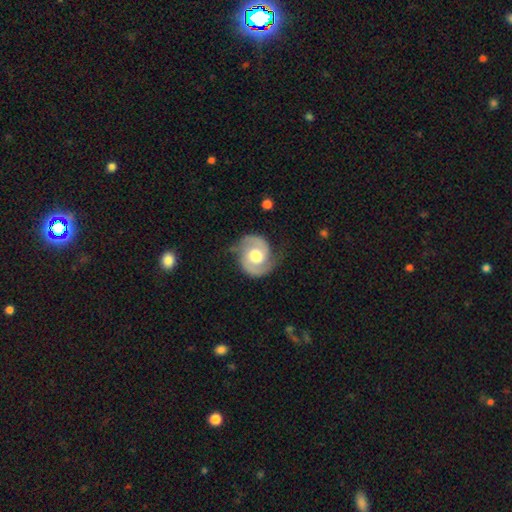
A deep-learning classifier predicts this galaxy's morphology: This is clearly a featured or disk galaxy (87%). It is clearly not viewed edge-on (98%). Bar: likely no (61%). Spiral arm pattern: clearly yes (95%). Spiral arm count: clearly 2 (92%). Spiral winding: possibly medium (51%). Central bulge: likely moderate (63%). Merging: likely none (73%).